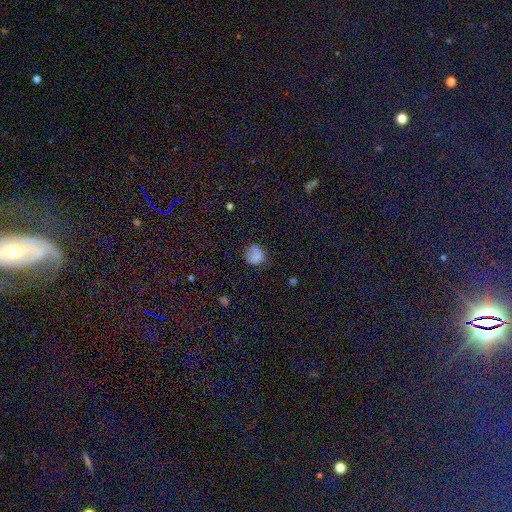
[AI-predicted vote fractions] Smooth or featured? smooth (79%)
How rounded? round (79%)
Merging? none (67%)